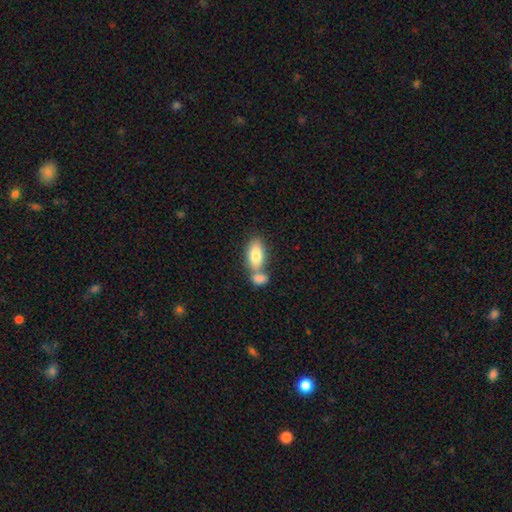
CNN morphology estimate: type=smooth (79%); roundness=in between (89%); merging=merger (49%).